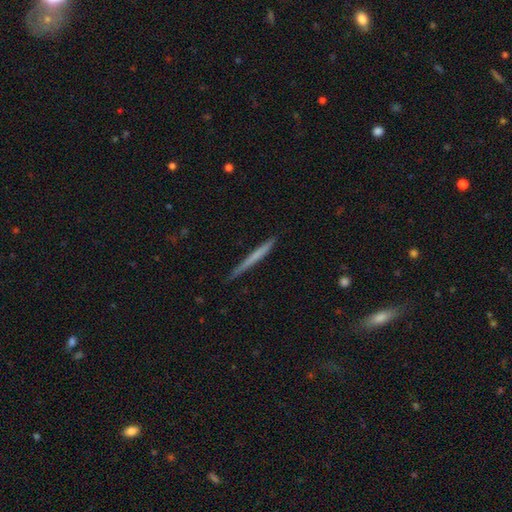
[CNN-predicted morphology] smooth_or_featured: smooth (p=0.54) [alt: featured or disk p=0.40]
how_rounded: cigar-shaped (p=0.97) [alt: in between p=0.02]
merging: none (p=0.89) [alt: minor disturbance p=0.09]